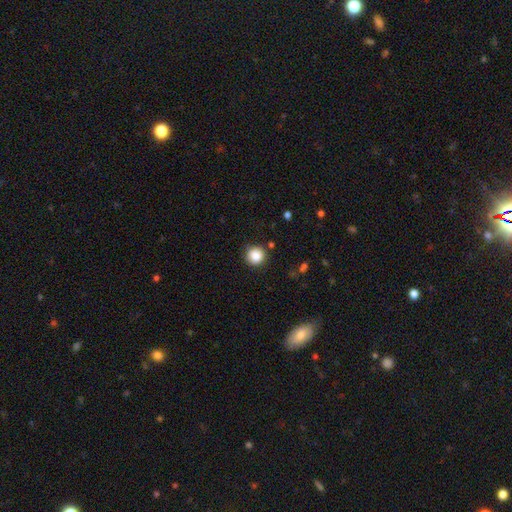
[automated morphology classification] Overall: smooth (86%). How rounded: round (94%). Merging: none (87%).